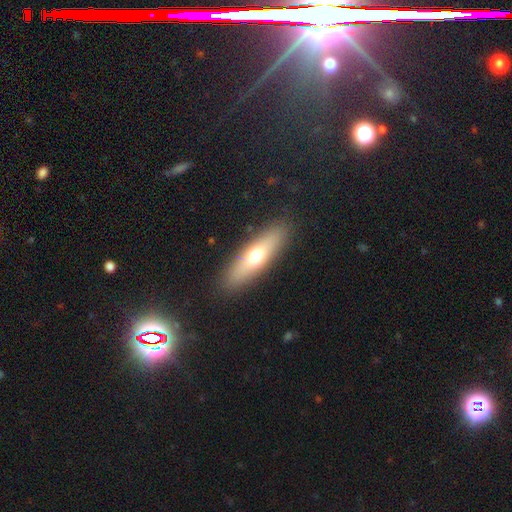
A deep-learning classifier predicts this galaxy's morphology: This is likely a smooth galaxy (61%). How rounded: possibly cigar-shaped (55%). Merging: clearly none (88%).